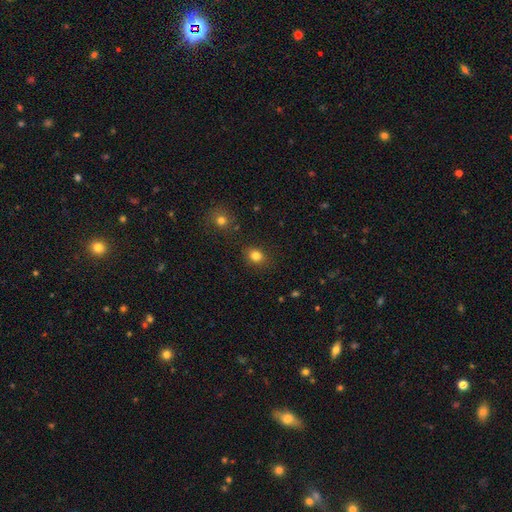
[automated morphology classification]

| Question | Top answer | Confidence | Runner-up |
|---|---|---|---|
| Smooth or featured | smooth | 82% | star or artifact (12%) |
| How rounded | round | 55% | in between (44%) |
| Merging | none | 85% | minor disturbance (10%) |